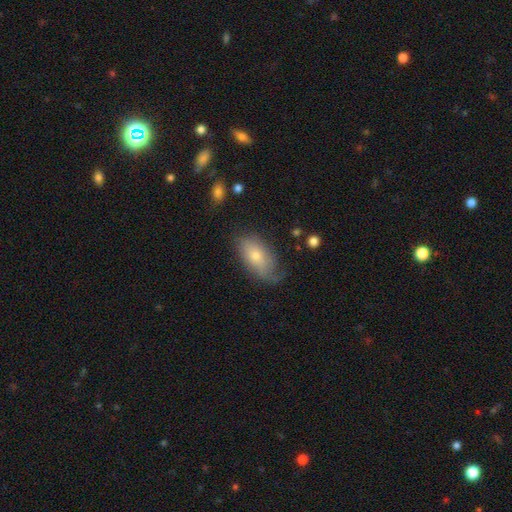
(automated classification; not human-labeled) Morphology: type=smooth (62%); roundness=in between (91%); merging=none (57%).